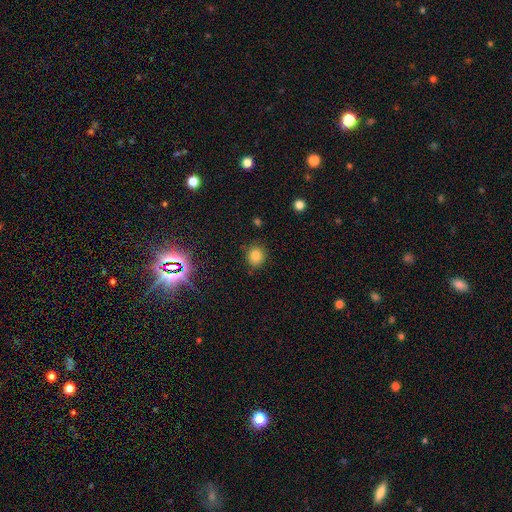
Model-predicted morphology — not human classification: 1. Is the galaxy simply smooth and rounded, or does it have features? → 79% smooth, 15% star or artifact, 7% featured or disk.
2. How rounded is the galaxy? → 84% round, 15% in between, 1% cigar-shaped.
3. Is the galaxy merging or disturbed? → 86% none, 10% minor disturbance, 3% major disturbance, 2% merger.